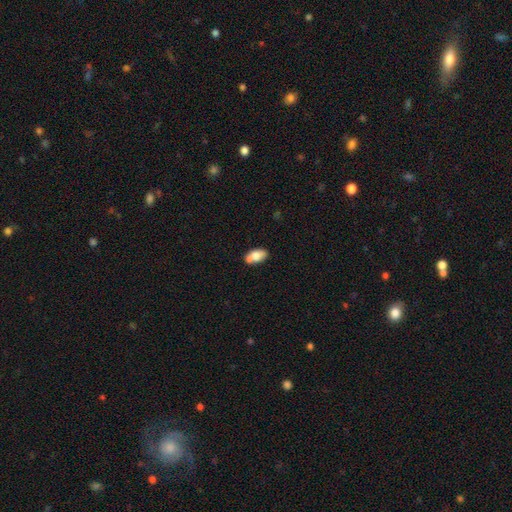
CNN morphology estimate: Q: Smooth or featured?
A: smooth (72%); runner-up: featured or disk (21%)
Q: How rounded?
A: in between (91%); runner-up: round (6%)
Q: Merging?
A: none (59%); runner-up: merger (21%)